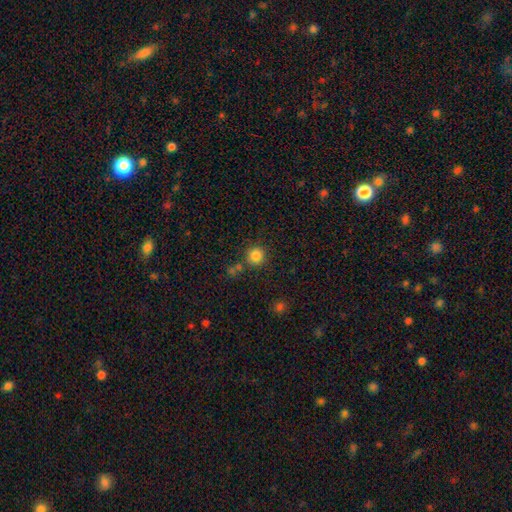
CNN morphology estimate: type=smooth (84%); roundness=round (94%); merging=none (80%).